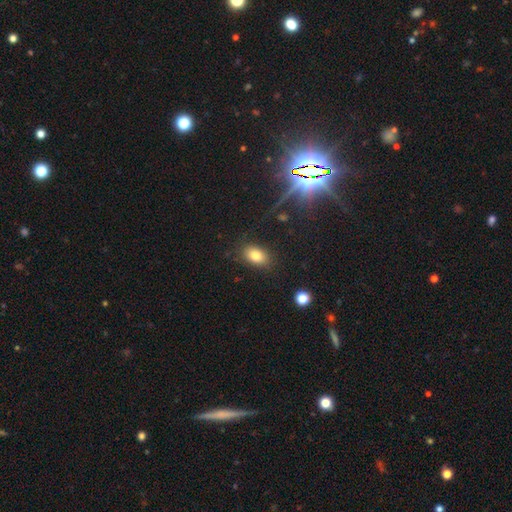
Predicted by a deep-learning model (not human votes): A smooth galaxy with no disk features (81%) that is in between round and cigar-shaped (85%).

Vote fractions:
- Smooth or featured? smooth: 81% / star or artifact: 11% / featured or disk: 8%
- How rounded? in between: 85% / round: 13% / cigar-shaped: 2%
- Merging? none: 84% / minor disturbance: 11% / major disturbance: 3% / merger: 2%